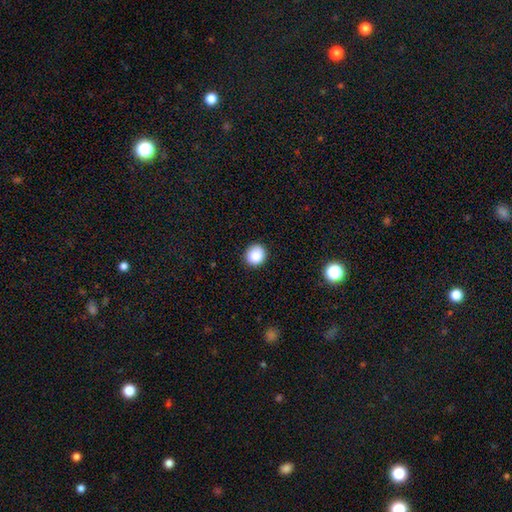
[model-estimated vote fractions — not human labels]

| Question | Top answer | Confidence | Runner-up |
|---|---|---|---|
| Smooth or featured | smooth | 88% | star or artifact (9%) |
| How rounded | round | 87% | in between (12%) |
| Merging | none | 89% | minor disturbance (8%) |